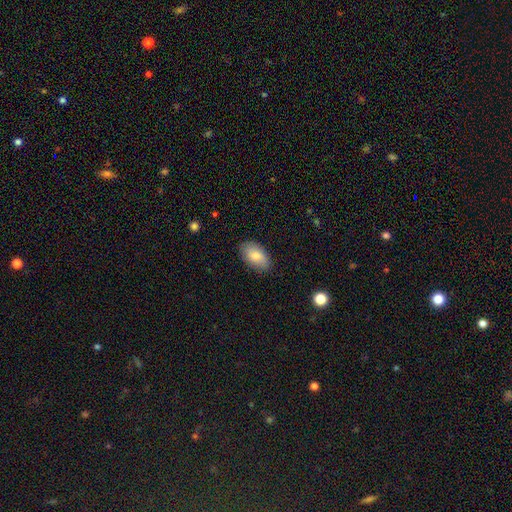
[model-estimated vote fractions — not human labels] Q: Smooth or featured?
A: smooth (78%); runner-up: featured or disk (15%)
Q: How rounded?
A: in between (93%); runner-up: round (5%)
Q: Merging?
A: none (84%); runner-up: minor disturbance (13%)